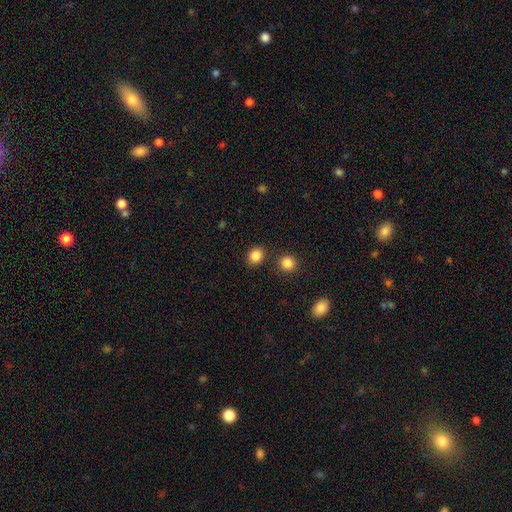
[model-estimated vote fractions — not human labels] Smooth or featured? smooth (86%)
How rounded? round (65%)
Merging? none (84%)